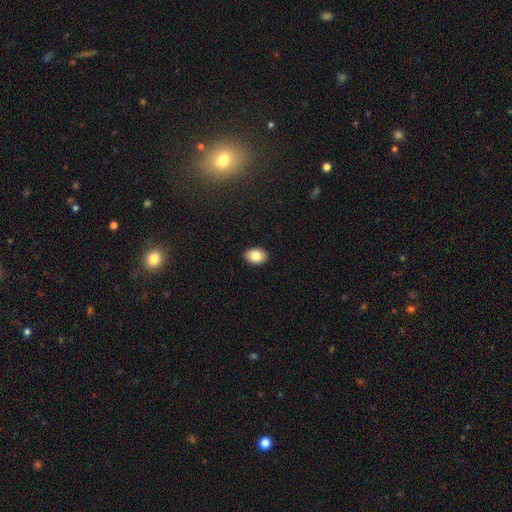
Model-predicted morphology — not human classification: The model was most divided on "how rounded": in between: 79%, round: 20%, cigar-shaped: 1%. More confident: merging — none (91%); smooth or featured — smooth (84%).